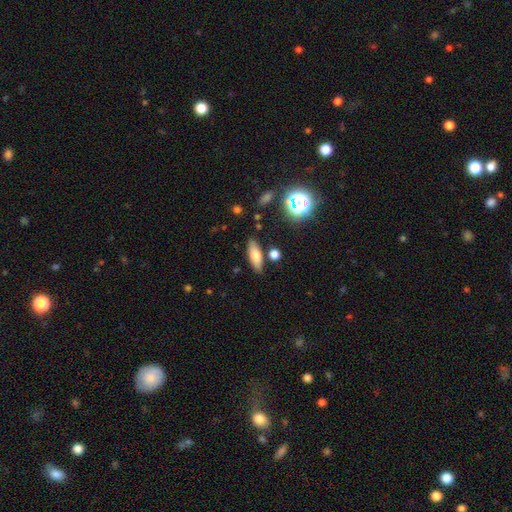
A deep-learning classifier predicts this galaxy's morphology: A smooth galaxy with no disk features (71%) that is in between round and cigar-shaped (59%). Merging: none (80%).